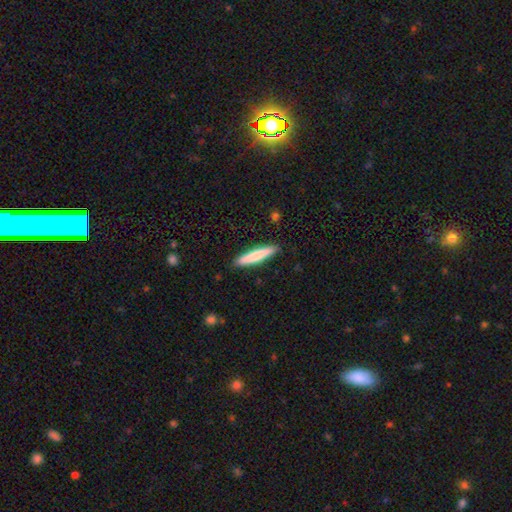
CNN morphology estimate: Smooth or featured: smooth — 74% (featured or disk — 21%)
How rounded: cigar-shaped — 91% (in between — 7%)
Merging: none — 90% (minor disturbance — 8%)